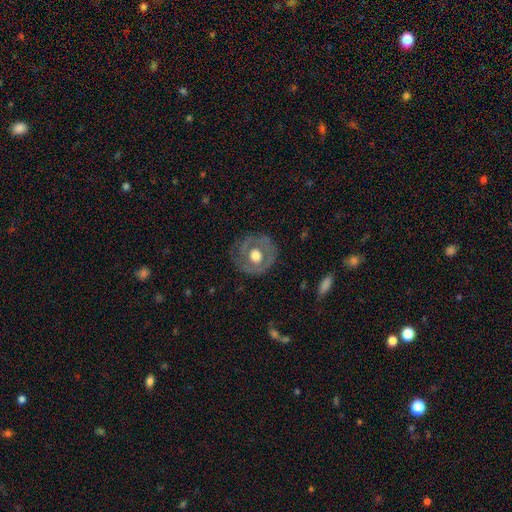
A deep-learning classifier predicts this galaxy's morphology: The model was most divided on "bulge size": large: 48%, moderate: 44%, dominant: 4%, small: 3%, none: 1%. More confident: edge-on disk — no (95%); bar — no (85%); merging — none (76%); spiral arms — no (76%); smooth or featured — featured or disk (56%).